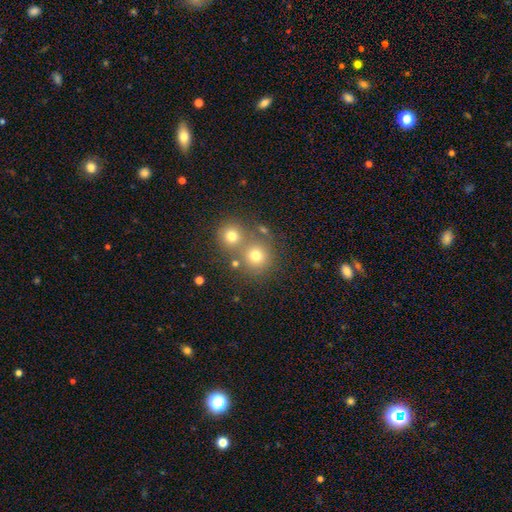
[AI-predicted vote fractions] smooth-or-featured: smooth: 73% | star or artifact: 17% | featured or disk: 11%
  how-rounded: round: 89% | in between: 10% | cigar-shaped: 1%
  merging: none: 58% | merger: 31% | minor disturbance: 8% | major disturbance: 3%